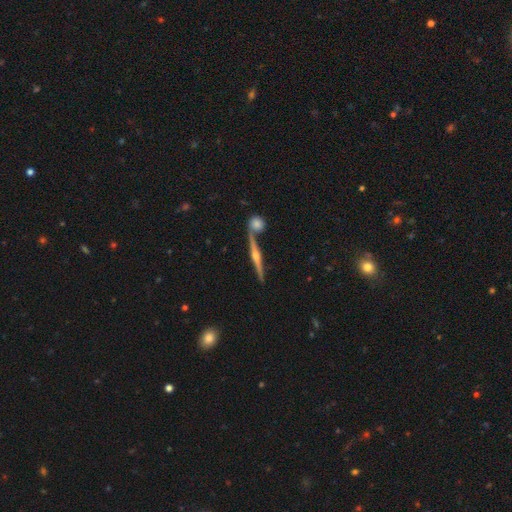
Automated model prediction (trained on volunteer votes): This is clearly a featured or disk galaxy (83%). It is clearly viewed edge-on (98%). Edge-on bulge: clearly rounded (90%). Merging: likely none (75%).